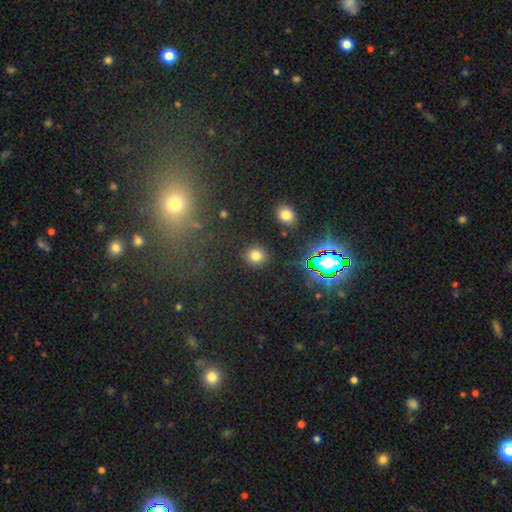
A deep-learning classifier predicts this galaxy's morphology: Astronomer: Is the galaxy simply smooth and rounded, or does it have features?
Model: smooth — 76%.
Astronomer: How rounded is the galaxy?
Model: round — 85%.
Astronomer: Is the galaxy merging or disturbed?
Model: none — 88%.